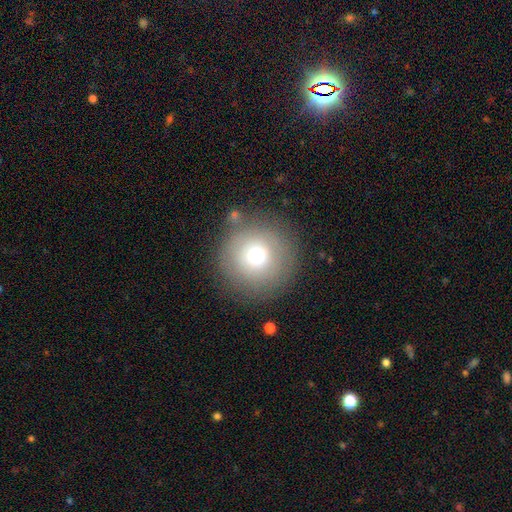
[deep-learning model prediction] smooth-or-featured: smooth: 71% | featured or disk: 17% | star or artifact: 12%
  how-rounded: round: 96% | in between: 3% | cigar-shaped: 1%
  merging: none: 83% | minor disturbance: 10% | major disturbance: 4% | merger: 4%